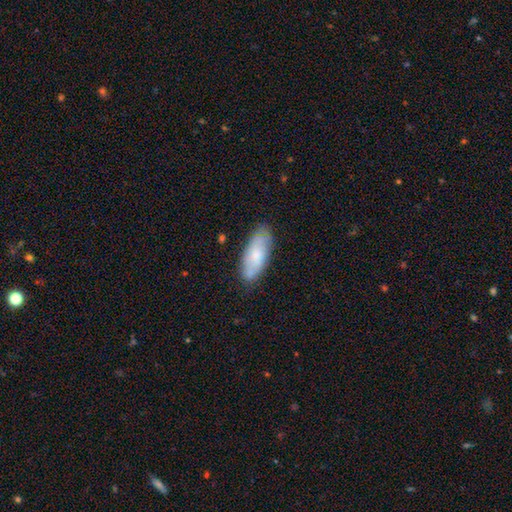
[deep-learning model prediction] This is likely a smooth galaxy (61%). How rounded: likely in between (78%). Merging: likely none (74%).